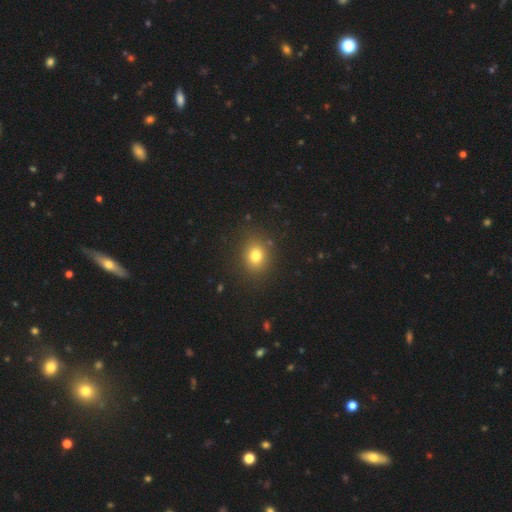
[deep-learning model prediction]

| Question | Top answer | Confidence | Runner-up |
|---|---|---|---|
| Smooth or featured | smooth | 78% | star or artifact (13%) |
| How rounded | round | 63% | in between (36%) |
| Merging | none | 85% | minor disturbance (10%) |